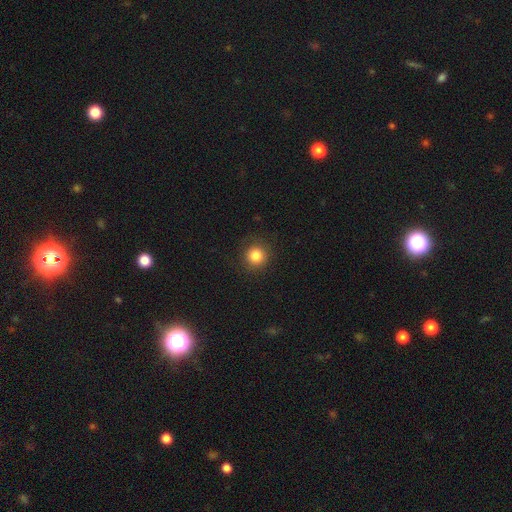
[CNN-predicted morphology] Q: Smooth or featured?
A: smooth (84%); runner-up: star or artifact (11%)
Q: How rounded?
A: round (93%); runner-up: in between (6%)
Q: Merging?
A: none (89%); runner-up: minor disturbance (7%)